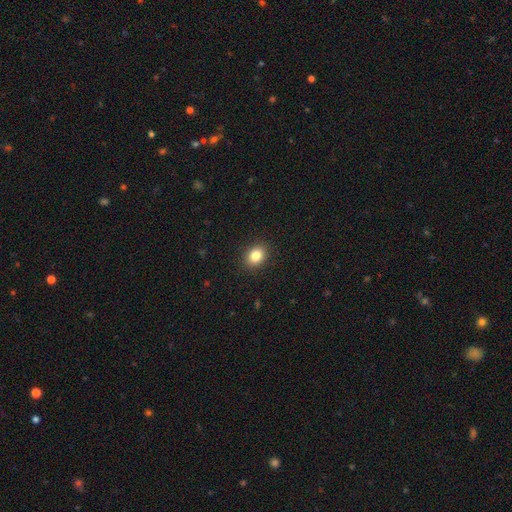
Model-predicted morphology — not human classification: type=smooth (83%); roundness=in between (52%); merging=none (90%).